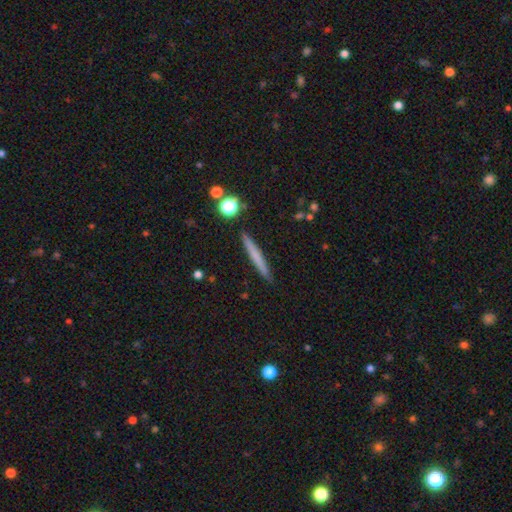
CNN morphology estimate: smooth-or-featured: smooth: 63% | featured or disk: 30% | star or artifact: 7%
  how-rounded: cigar-shaped: 96% | in between: 2% | round: 2%
  merging: none: 91% | minor disturbance: 6% | merger: 1% | major disturbance: 1%